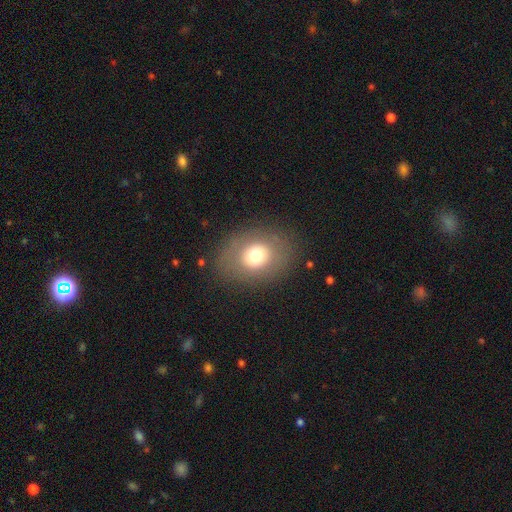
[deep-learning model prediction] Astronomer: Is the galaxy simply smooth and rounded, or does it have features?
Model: smooth — 68%.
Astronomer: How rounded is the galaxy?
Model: in between — 56% (runner-up: round, 43%).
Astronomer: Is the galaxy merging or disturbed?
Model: none — 83%.